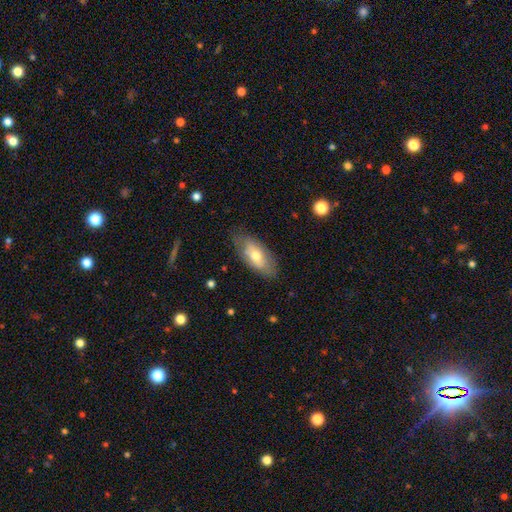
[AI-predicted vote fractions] Smooth or featured: smooth — 61% (featured or disk — 33%)
How rounded: in between — 88% (cigar-shaped — 9%)
Merging: none — 77% (minor disturbance — 17%)